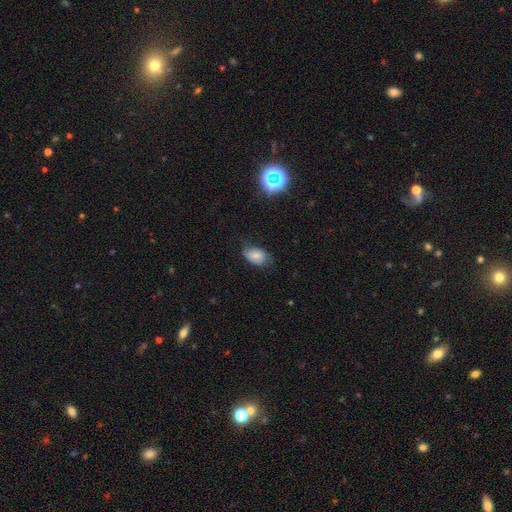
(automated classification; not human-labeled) This appears to be a smooth galaxy with no disk features (70%) that is in between round and cigar-shaped (85%). Merging: none (63%).